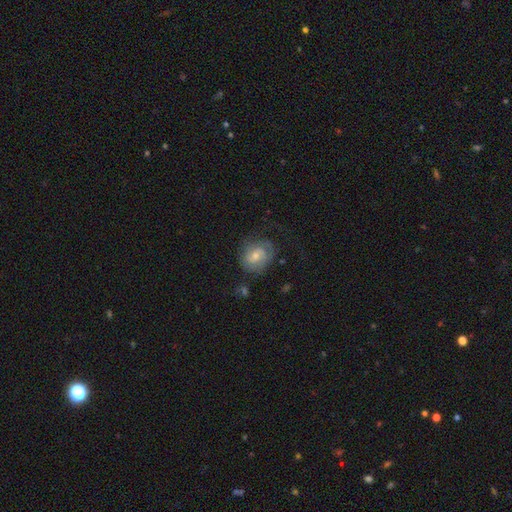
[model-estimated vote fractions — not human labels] featured or disk 62%, smooth 31%, star or artifact 7%. Down the decision tree: edge-on disk — no (97%); bar — weak (49%); spiral arms — yes (85%); spiral arm count — 2 (55%); spiral winding — tight (45%); bulge size — moderate (49%); merging — none (62%).